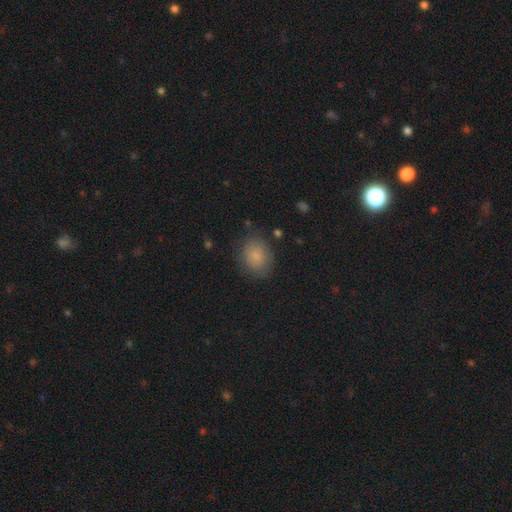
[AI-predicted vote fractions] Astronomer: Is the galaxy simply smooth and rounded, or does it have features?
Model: smooth — 83%.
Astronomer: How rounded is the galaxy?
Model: in between — 50% (runner-up: round, 49%).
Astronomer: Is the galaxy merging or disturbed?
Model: none — 79%.